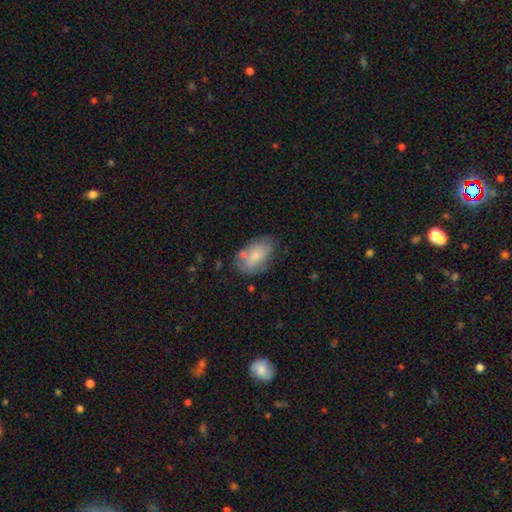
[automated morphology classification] Smooth or featured? smooth (74%)
How rounded? in between (91%)
Merging? none (59%)